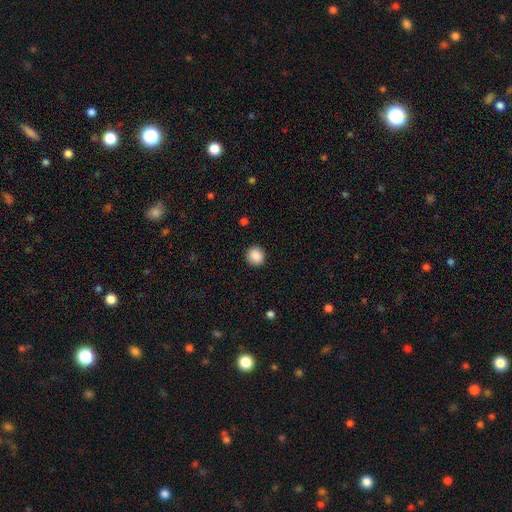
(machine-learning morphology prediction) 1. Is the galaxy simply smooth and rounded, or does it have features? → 89% smooth, 9% star or artifact, 3% featured or disk.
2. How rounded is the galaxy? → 88% round, 11% in between, 1% cigar-shaped.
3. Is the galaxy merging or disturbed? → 91% none, 6% minor disturbance, 2% major disturbance, 1% merger.